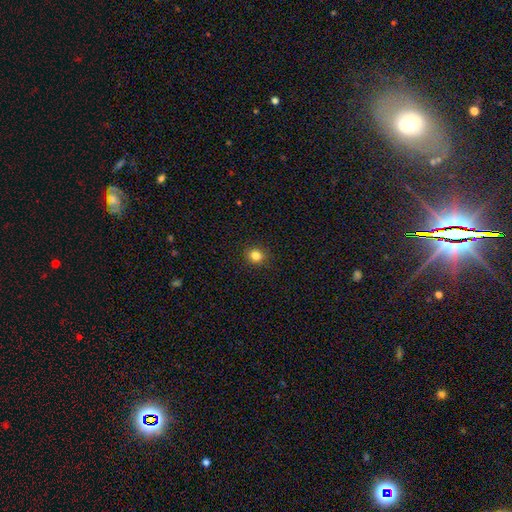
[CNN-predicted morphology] Smooth or featured? smooth (83%)
How rounded? round (86%)
Merging? none (91%)